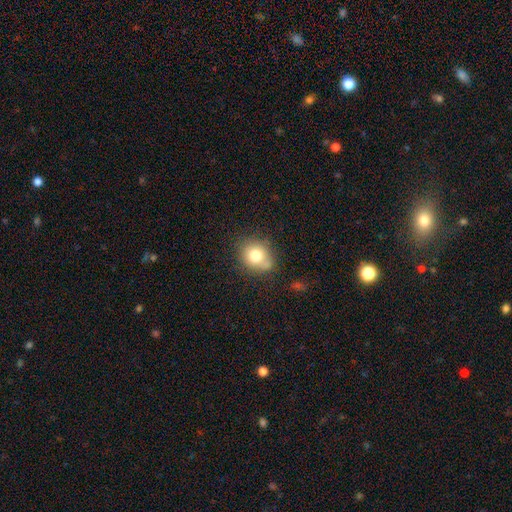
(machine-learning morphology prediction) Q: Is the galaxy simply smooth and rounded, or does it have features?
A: smooth — 76%.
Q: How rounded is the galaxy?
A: round — 65%.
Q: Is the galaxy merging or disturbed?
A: none — 64%.